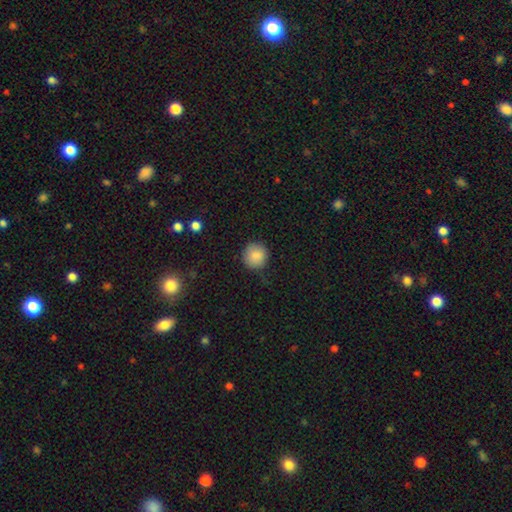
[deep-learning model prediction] This appears to be a smooth galaxy with no disk features (87%) that is round (93%). Merging: none (81%).